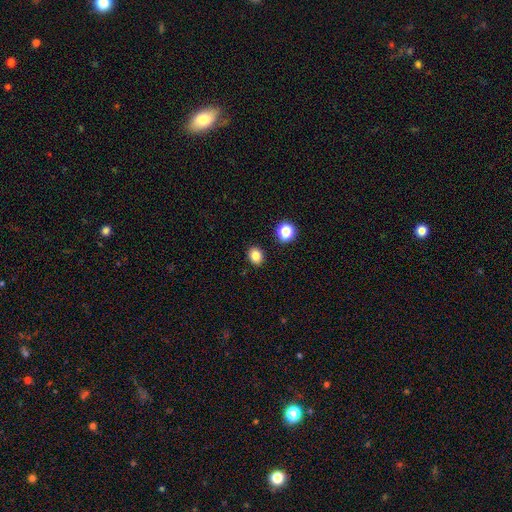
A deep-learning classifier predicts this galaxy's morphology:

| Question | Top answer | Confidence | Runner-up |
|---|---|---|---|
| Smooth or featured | smooth | 82% | star or artifact (12%) |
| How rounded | round | 55% | in between (45%) |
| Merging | none | 88% | minor disturbance (7%) |